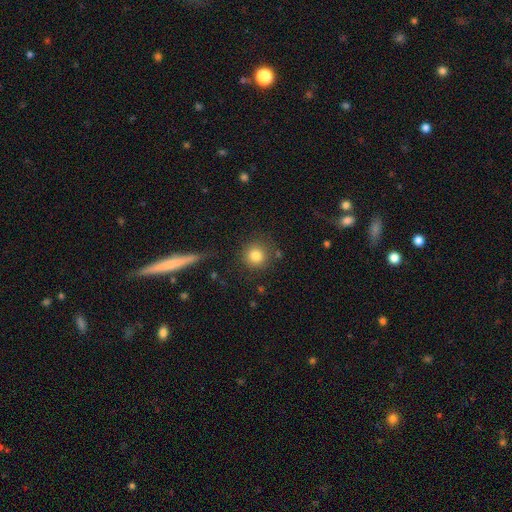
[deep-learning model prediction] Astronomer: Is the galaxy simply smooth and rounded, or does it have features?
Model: smooth — 82%.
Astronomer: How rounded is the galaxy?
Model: round — 92%.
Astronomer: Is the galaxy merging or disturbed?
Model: none — 83%.